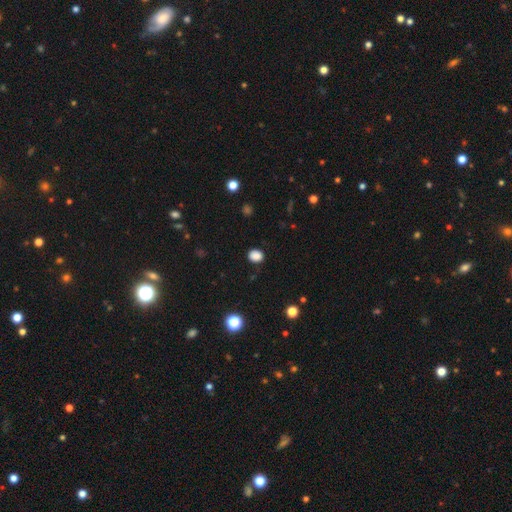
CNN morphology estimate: This is clearly a smooth galaxy (85%). How rounded: possibly round (53%). Merging: clearly none (85%).